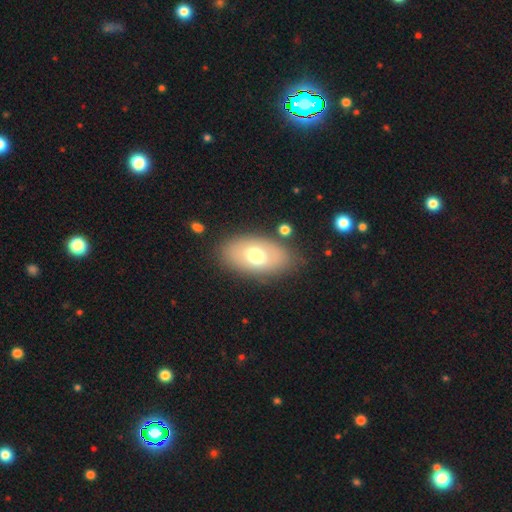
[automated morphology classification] A smooth galaxy with no disk features (63%) that is in between round and cigar-shaped (91%). Merging: none (79%).